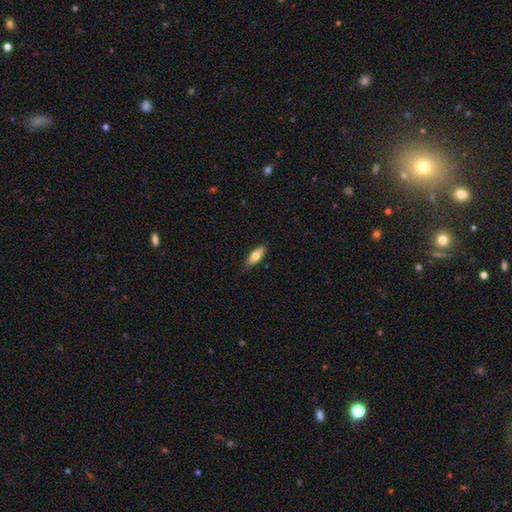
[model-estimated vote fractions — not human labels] Smooth or featured? Predicted: smooth (p=0.66). How rounded? Predicted: in between (p=0.61). Merging? Predicted: none (p=0.84).